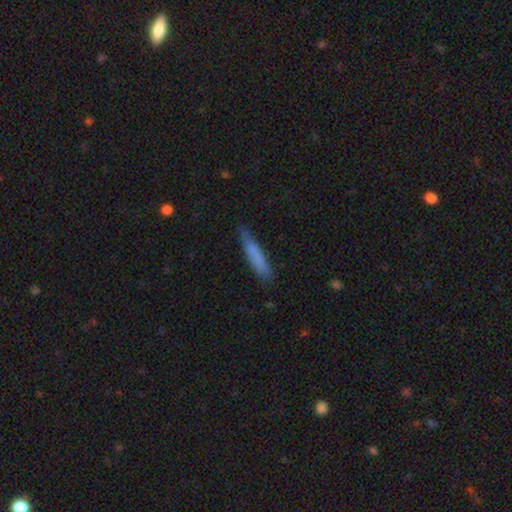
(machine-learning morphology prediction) The model was most divided on "smooth or featured": smooth: 75%, featured or disk: 19%, star or artifact: 6%. More confident: how rounded — cigar-shaped (92%); merging — none (79%).